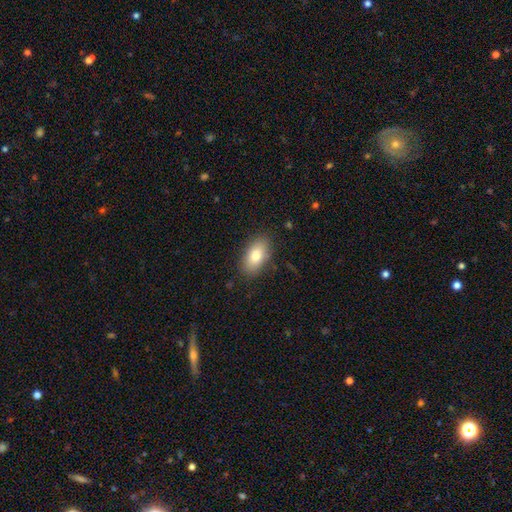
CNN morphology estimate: This is clearly a smooth galaxy (81%). How rounded: clearly in between (92%). Merging: clearly none (85%).